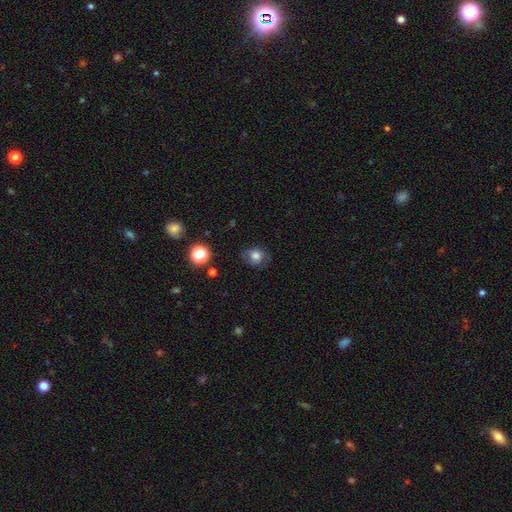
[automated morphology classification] This appears to be a smooth galaxy with no disk features (75%) that is round (72%). Merging: none (73%).